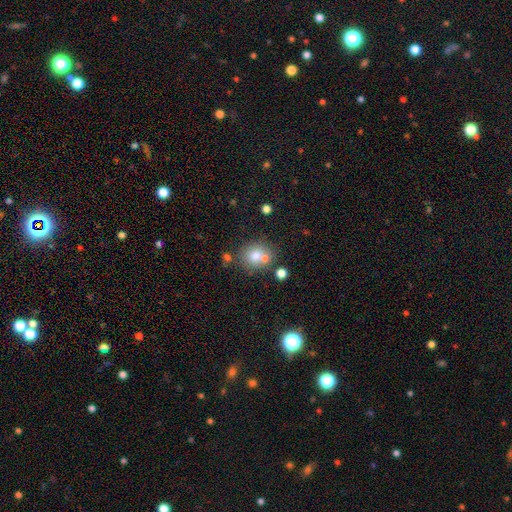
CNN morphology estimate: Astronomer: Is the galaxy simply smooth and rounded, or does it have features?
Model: smooth — 73%.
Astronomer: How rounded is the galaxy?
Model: round — 80%.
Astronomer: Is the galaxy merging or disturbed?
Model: none — 56%.